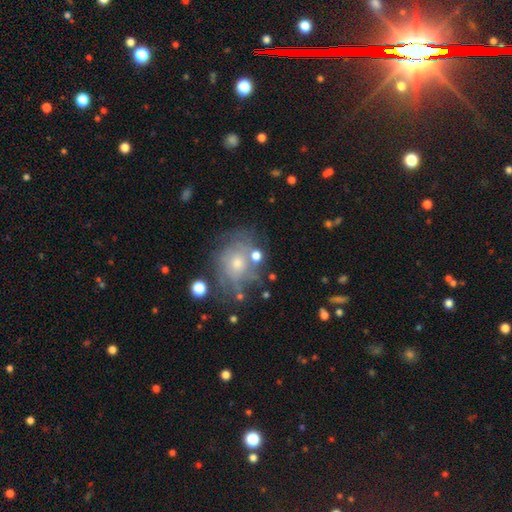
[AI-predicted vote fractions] Smooth or featured?
  - featured or disk: 51% *
  - smooth: 37%
  - star or artifact: 13%
Edge-on disk?
  - no: 96% *
  - yes: 4%
Merging?
  - none: 57% *
  - minor disturbance: 21%
  - major disturbance: 14%
  - merger: 9%